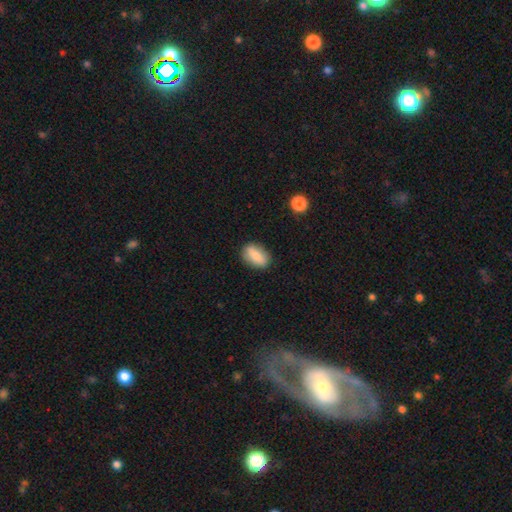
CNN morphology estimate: smooth 78%, featured or disk 14%, star or artifact 8%. Down the decision tree: how rounded — in between (84%); merging — none (84%).